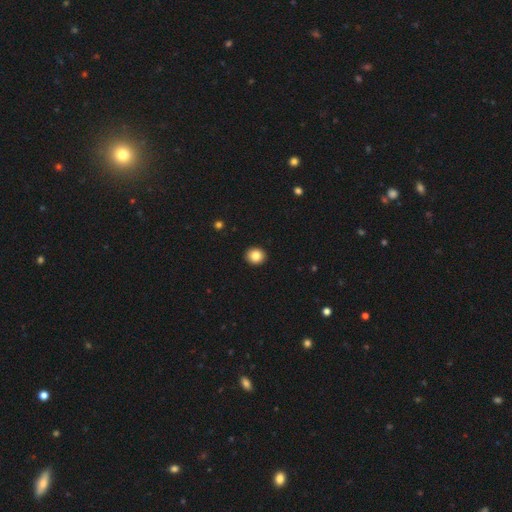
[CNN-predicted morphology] smooth 85%, star or artifact 9%, featured or disk 6%. Down the decision tree: how rounded — round (78%); merging — none (93%).